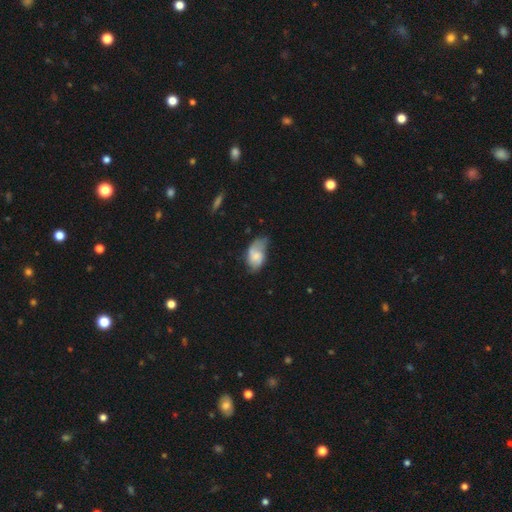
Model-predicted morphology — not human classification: Smooth or featured? smooth (56%)
How rounded? in between (90%)
Merging? minor disturbance (39%)